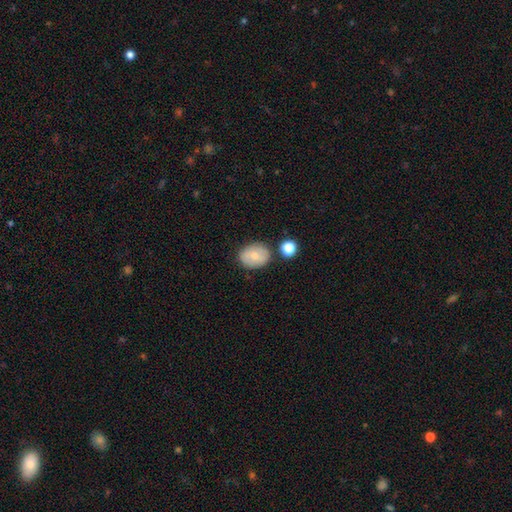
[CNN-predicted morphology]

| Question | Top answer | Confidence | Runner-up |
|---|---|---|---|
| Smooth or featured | smooth | 70% | featured or disk (21%) |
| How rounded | in between | 51% | round (48%) |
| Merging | none | 76% | minor disturbance (14%) |